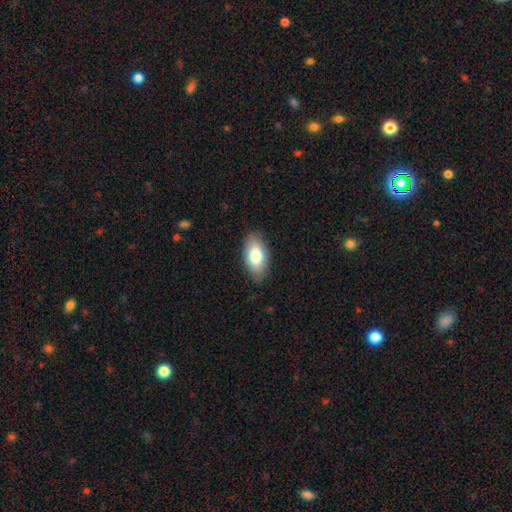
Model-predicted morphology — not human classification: Smooth or featured? smooth (76%)
How rounded? in between (92%)
Merging? none (87%)